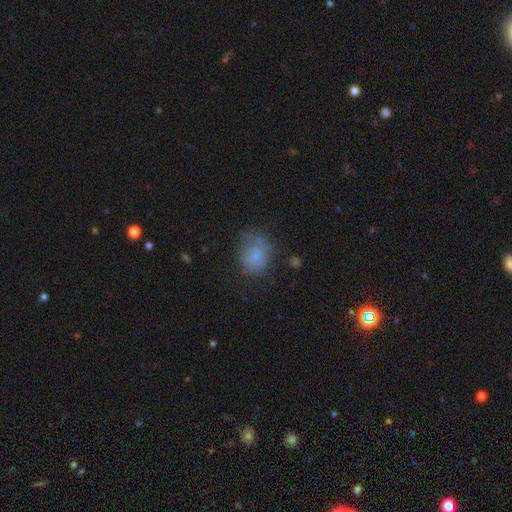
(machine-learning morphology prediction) The model was most divided on "how rounded": round: 55%, in between: 44%, cigar-shaped: 1%. More confident: smooth or featured — smooth (70%); merging — none (55%).